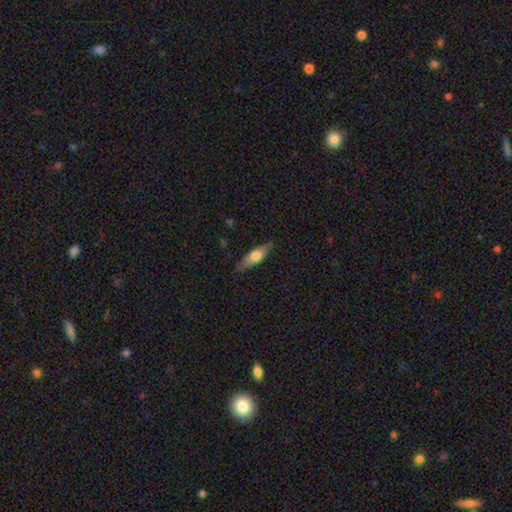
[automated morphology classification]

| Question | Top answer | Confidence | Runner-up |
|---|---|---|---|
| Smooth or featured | smooth | 64% | featured or disk (30%) |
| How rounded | in between | 50% | cigar-shaped (48%) |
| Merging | none | 80% | minor disturbance (16%) |